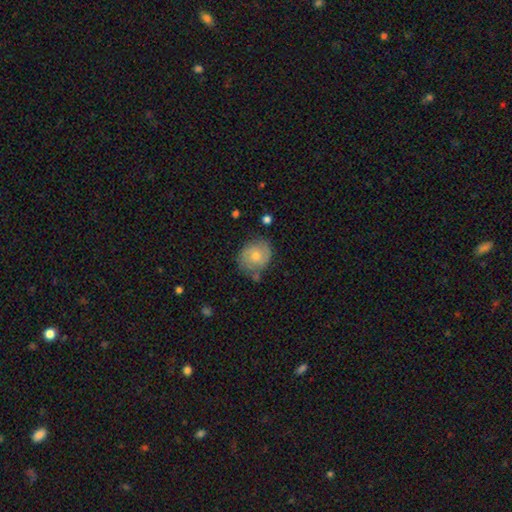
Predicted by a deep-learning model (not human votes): Morphology: type=smooth (49%); merging=none (70%).